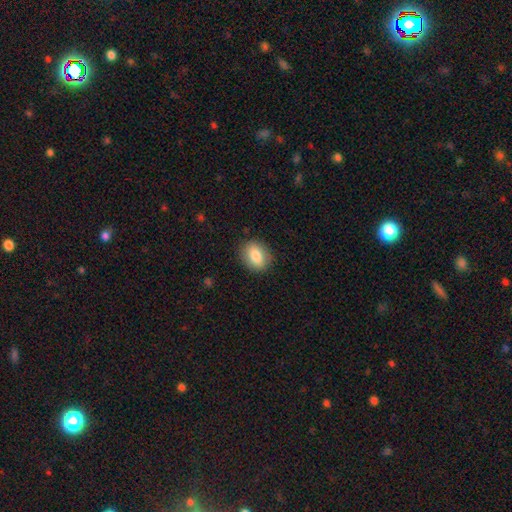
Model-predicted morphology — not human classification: Smooth or featured? Predicted: smooth (p=0.82). How rounded? Predicted: in between (p=0.61). Merging? Predicted: none (p=0.86).